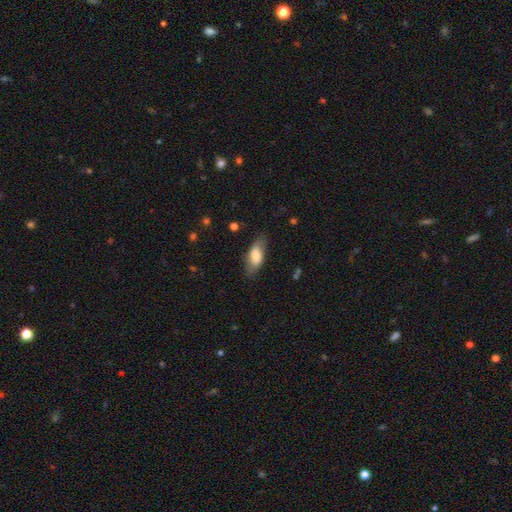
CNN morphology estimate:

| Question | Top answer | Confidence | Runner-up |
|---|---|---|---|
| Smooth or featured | smooth | 71% | featured or disk (23%) |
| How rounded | in between | 83% | cigar-shaped (14%) |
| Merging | none | 77% | minor disturbance (17%) |